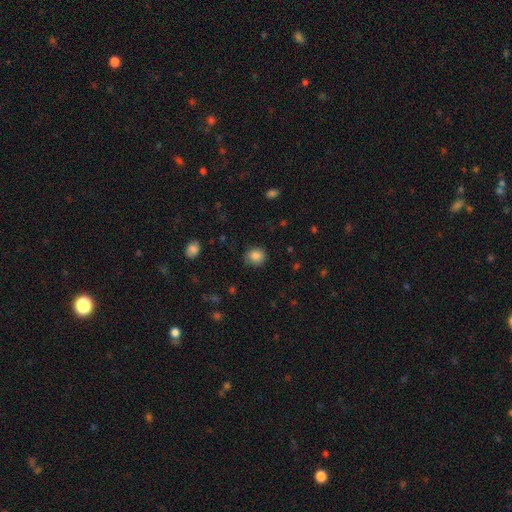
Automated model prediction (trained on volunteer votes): A smooth galaxy with no disk features (85%) that is round (82%).

Vote fractions:
- Smooth or featured? smooth: 85% / star or artifact: 10% / featured or disk: 5%
- How rounded? round: 82% / in between: 17% / cigar-shaped: 1%
- Merging? none: 85% / minor disturbance: 11% / major disturbance: 3% / merger: 1%